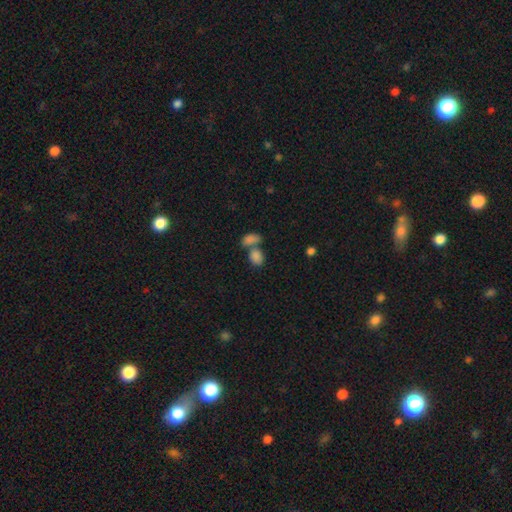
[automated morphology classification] Q: Smooth or featured?
A: smooth (85%); runner-up: star or artifact (9%)
Q: How rounded?
A: in between (71%); runner-up: round (27%)
Q: Merging?
A: merger (50%); runner-up: none (37%)